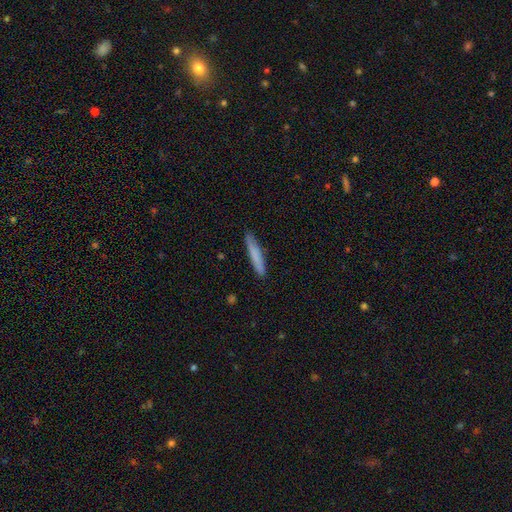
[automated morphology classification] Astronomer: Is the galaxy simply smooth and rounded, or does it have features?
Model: smooth — 78%.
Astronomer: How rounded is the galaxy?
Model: cigar-shaped — 93%.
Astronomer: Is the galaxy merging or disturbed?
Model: none — 89%.